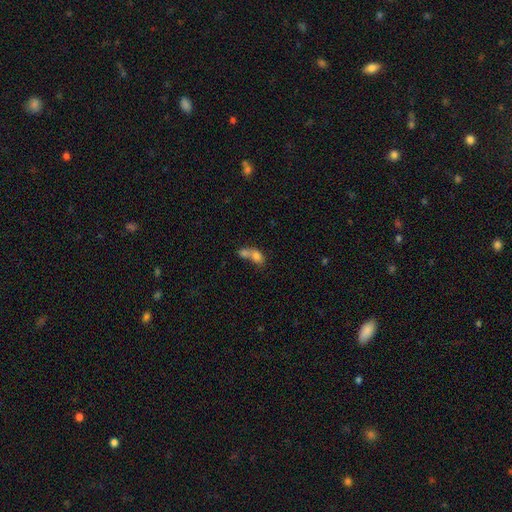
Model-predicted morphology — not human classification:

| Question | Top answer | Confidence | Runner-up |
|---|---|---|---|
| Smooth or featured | smooth | 70% | featured or disk (16%) |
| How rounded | in between | 64% | round (32%) |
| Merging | merger | 67% | none (22%) |